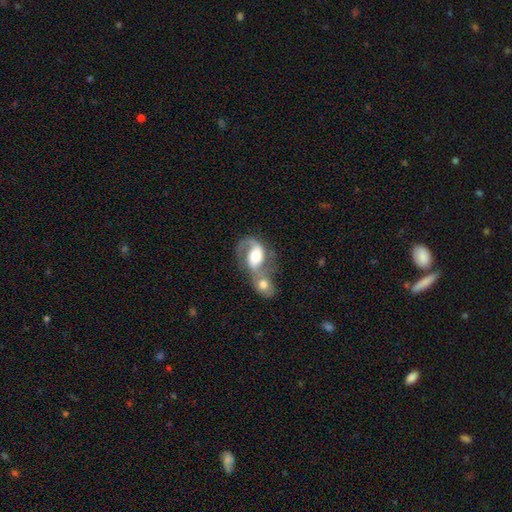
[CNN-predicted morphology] Smooth or featured? featured or disk (70%)
Edge-on disk? no (97%)
Bar? no (47%)
Spiral arms? yes (88%)
Spiral winding? medium (43%)
Spiral arm count? 2 (55%)
Bulge size? moderate (55%)
Merging? merger (72%)